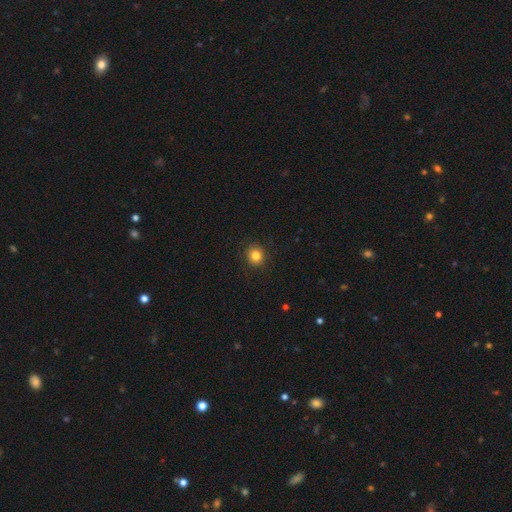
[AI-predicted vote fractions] smooth 83%, star or artifact 11%, featured or disk 6%. Down the decision tree: how rounded — round (84%); merging — none (90%).